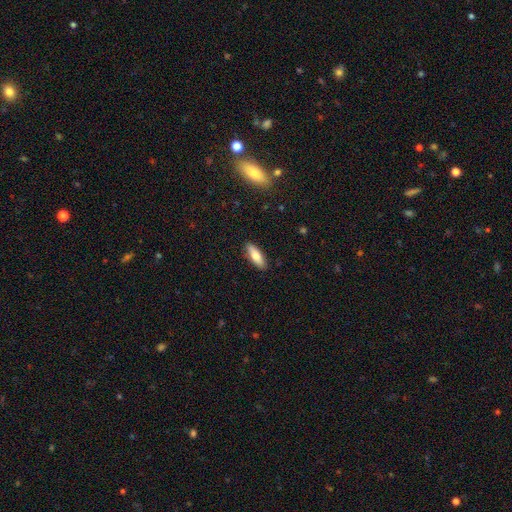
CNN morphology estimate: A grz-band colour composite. It shows a smooth galaxy with no disk features (72%) that is in between round and cigar-shaped (59%). Merging: none (89%).